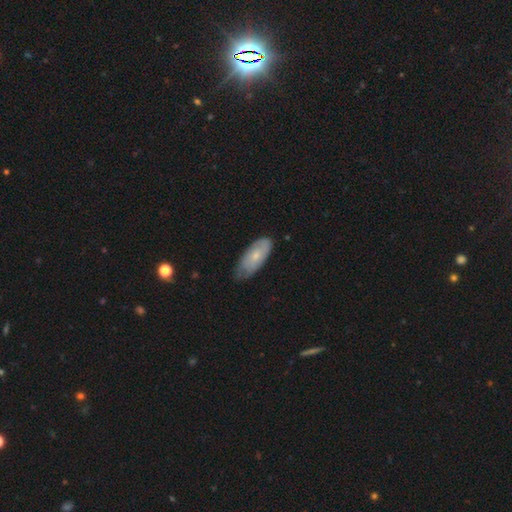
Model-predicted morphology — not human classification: Smooth or featured: smooth — 58% (featured or disk — 35%)
How rounded: in between — 83% (cigar-shaped — 14%)
Merging: none — 61% (minor disturbance — 32%)